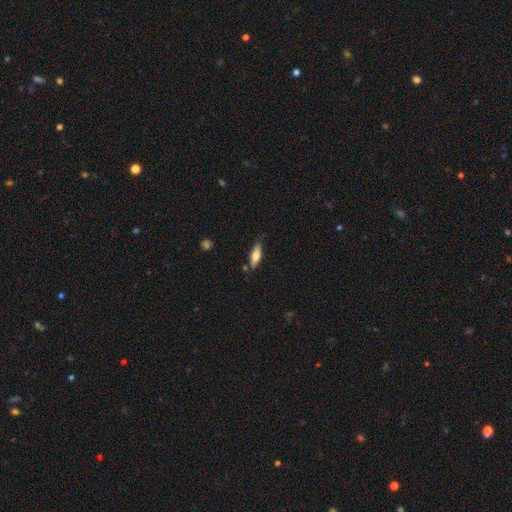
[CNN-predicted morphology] This is likely a smooth galaxy (67%). How rounded: possibly cigar-shaped (50%). Merging: likely none (79%).